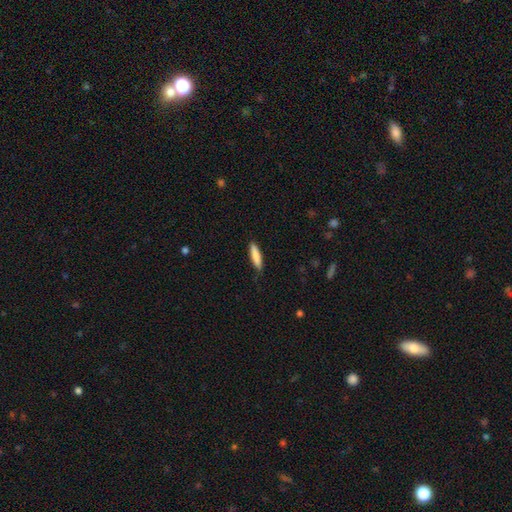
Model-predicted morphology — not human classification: Smooth or featured: smooth — 85% (featured or disk — 10%)
How rounded: cigar-shaped — 79% (in between — 20%)
Merging: none — 82% (minor disturbance — 14%)